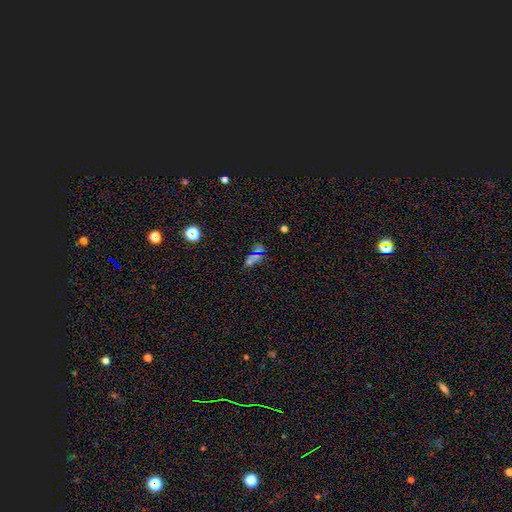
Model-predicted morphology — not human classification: Smooth or featured? Predicted: star or artifact (p=0.46).